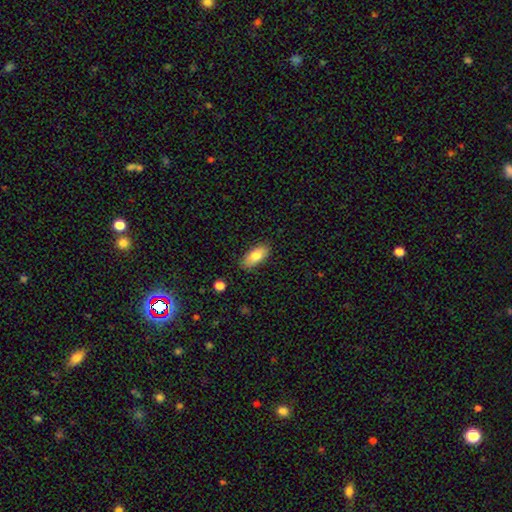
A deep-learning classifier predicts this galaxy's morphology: This appears to be a smooth galaxy with no disk features (79%) that is in between round and cigar-shaped (86%). Merging: none (86%).